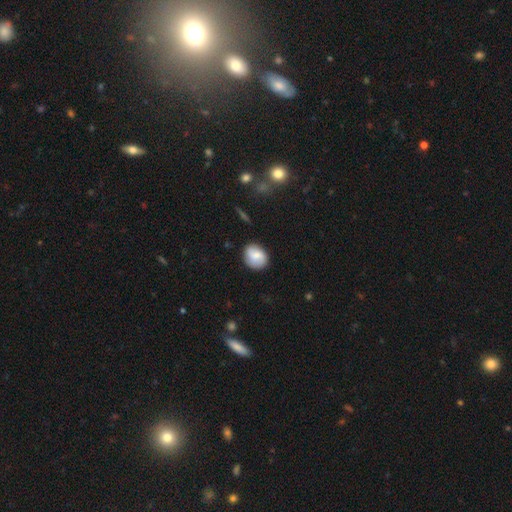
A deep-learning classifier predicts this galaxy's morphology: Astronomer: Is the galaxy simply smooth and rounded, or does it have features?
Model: smooth — 70%.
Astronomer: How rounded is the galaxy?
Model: round — 55% (runner-up: in between, 44%).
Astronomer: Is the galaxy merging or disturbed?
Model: none — 81%.